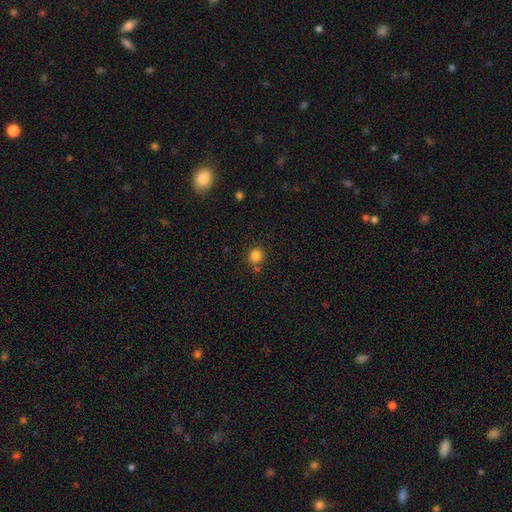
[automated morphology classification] Overall: smooth (84%). How rounded: round (90%). Merging: none (78%).